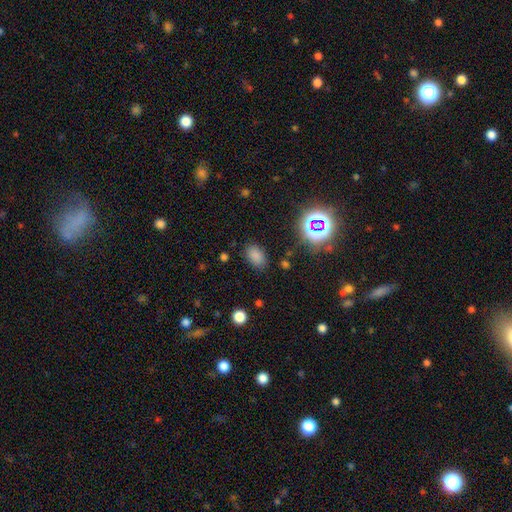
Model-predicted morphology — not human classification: smooth 77%, star or artifact 18%, featured or disk 5%. Down the decision tree: how rounded — in between (88%); merging — none (82%).